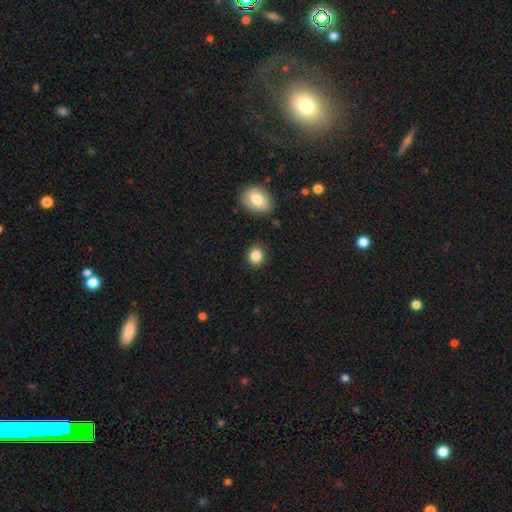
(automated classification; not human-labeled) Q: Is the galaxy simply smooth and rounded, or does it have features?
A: smooth — 86%.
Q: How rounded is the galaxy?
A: round — 71%.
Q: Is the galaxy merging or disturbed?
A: none — 87%.